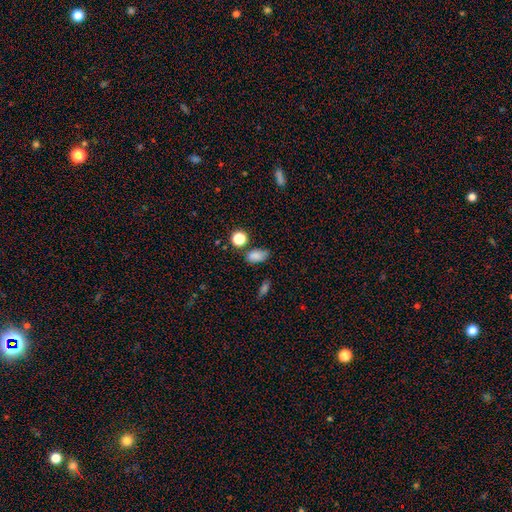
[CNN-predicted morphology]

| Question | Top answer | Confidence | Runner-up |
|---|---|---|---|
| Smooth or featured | smooth | 79% | star or artifact (14%) |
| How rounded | in between | 82% | round (16%) |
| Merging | none | 66% | minor disturbance (21%) |